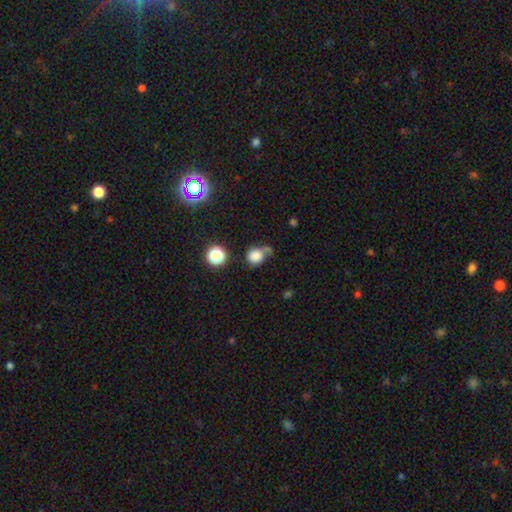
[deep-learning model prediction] smooth-or-featured: smooth: 80% | star or artifact: 13% | featured or disk: 7%
  how-rounded: round: 79% | in between: 20% | cigar-shaped: 1%
  merging: none: 46% | minor disturbance: 25% | merger: 15% | major disturbance: 14%